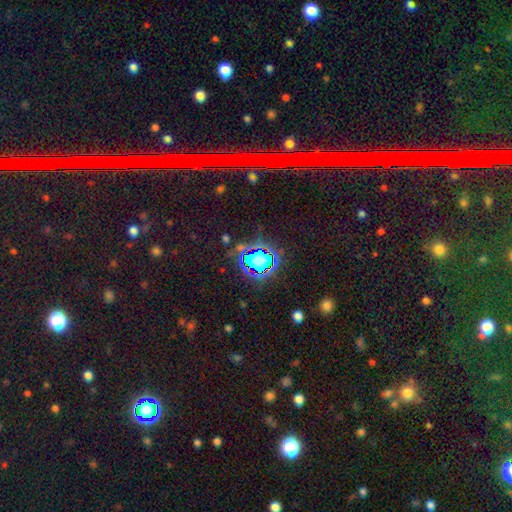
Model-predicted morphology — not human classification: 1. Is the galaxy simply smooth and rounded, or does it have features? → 79% star or artifact, 13% smooth, 8% featured or disk.